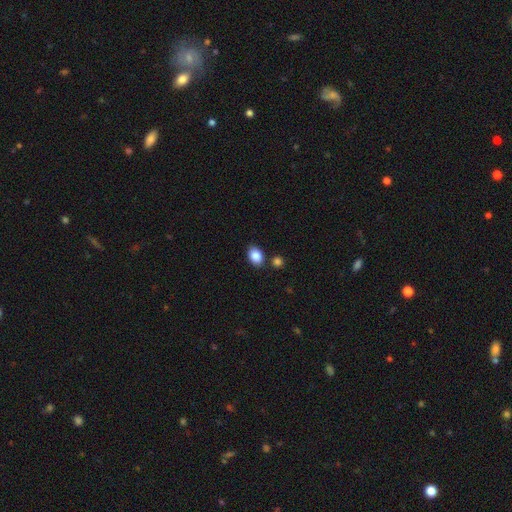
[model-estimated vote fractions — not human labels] This appears to be a smooth galaxy with no disk features (87%) that is in between round and cigar-shaped (78%). Merging: none (80%).